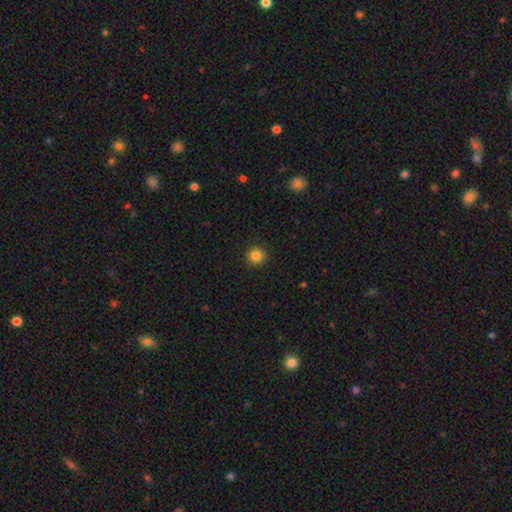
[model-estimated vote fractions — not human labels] Smooth or featured?
  - smooth: 84% *
  - star or artifact: 11%
  - featured or disk: 4%
How rounded?
  - round: 89% *
  - in between: 10%
  - cigar-shaped: 1%
Merging?
  - none: 91% *
  - minor disturbance: 6%
  - major disturbance: 2%
  - merger: 1%